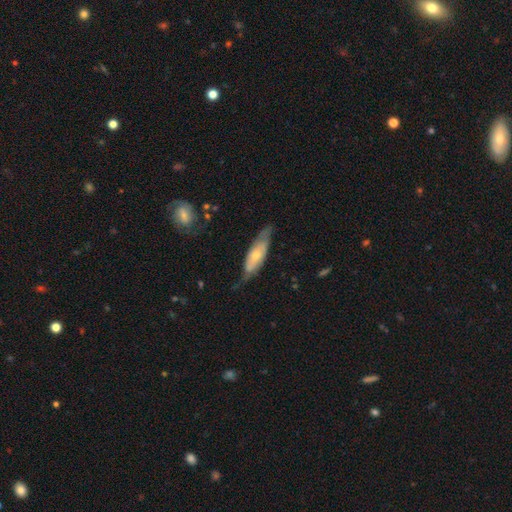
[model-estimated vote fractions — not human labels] smooth_or_featured: featured or disk (p=0.52) [alt: smooth p=0.43]
disk_edge_on: no (p=0.63) [alt: yes p=0.37]
merging: none (p=0.58) [alt: minor disturbance p=0.29]